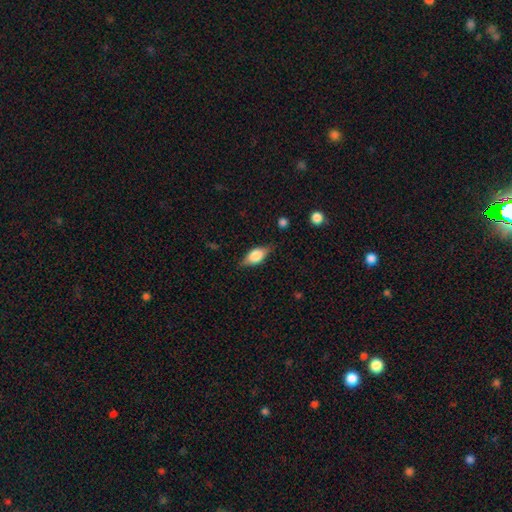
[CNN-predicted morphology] Q: Smooth or featured?
A: smooth (64%); runner-up: featured or disk (29%)
Q: How rounded?
A: in between (82%); runner-up: cigar-shaped (12%)
Q: Merging?
A: none (77%); runner-up: minor disturbance (17%)